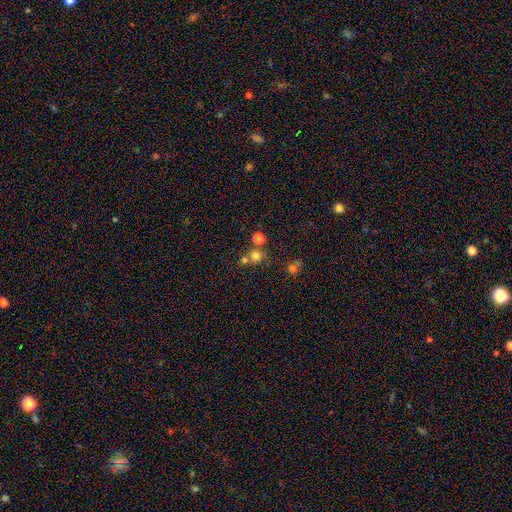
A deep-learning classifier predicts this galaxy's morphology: A smooth galaxy with no disk features (72%) that is round (88%).

Vote fractions:
- Smooth or featured? smooth: 72% / star or artifact: 19% / featured or disk: 10%
- How rounded? round: 88% / in between: 11% / cigar-shaped: 1%
- Merging? none: 58% / merger: 32% / minor disturbance: 7% / major disturbance: 3%